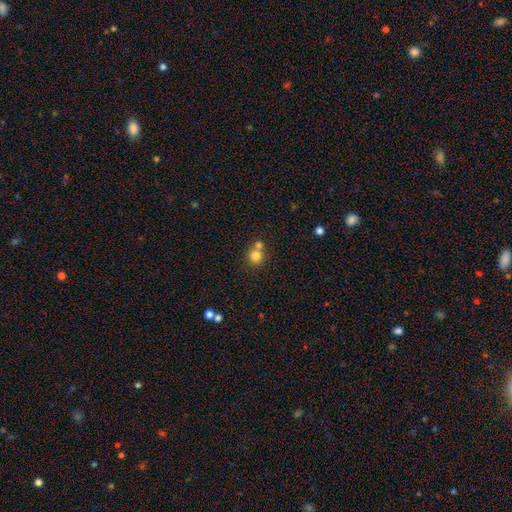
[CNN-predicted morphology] smooth_or_featured: smooth (p=0.80) [alt: star or artifact p=0.12]
how_rounded: round (p=0.89) [alt: in between p=0.10]
merging: none (p=0.55) [alt: merger p=0.34]